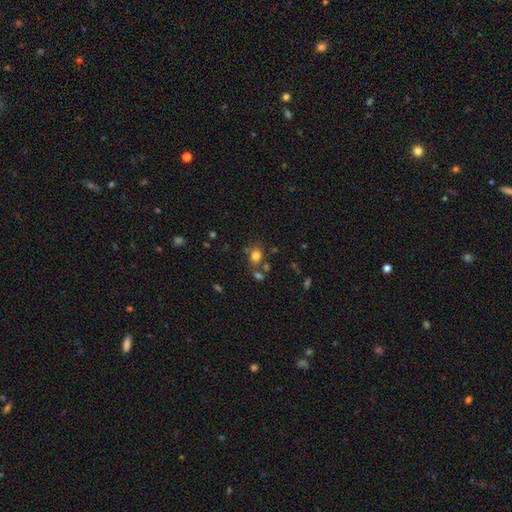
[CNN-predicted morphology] Smooth or featured: smooth — 78% (star or artifact — 14%)
How rounded: round — 49% (tied with in between — 49%)
Merging: none — 65% (merger — 16%)